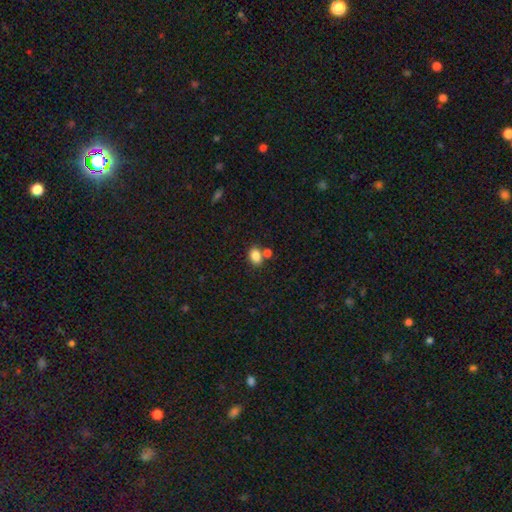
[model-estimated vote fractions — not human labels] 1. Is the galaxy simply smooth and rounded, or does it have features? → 85% smooth, 10% star or artifact, 6% featured or disk.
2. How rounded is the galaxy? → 77% in between, 22% round, 1% cigar-shaped.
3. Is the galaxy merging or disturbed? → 57% none, 29% merger, 11% minor disturbance, 4% major disturbance.